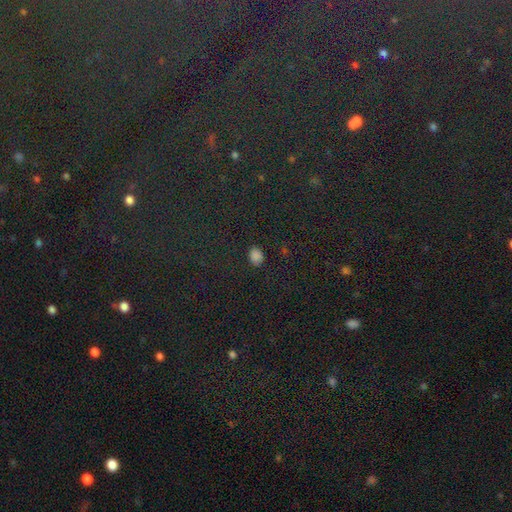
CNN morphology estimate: Smooth or featured? Predicted: smooth (p=0.82). How rounded? Predicted: in between (p=0.65). Merging? Predicted: none (p=0.87).